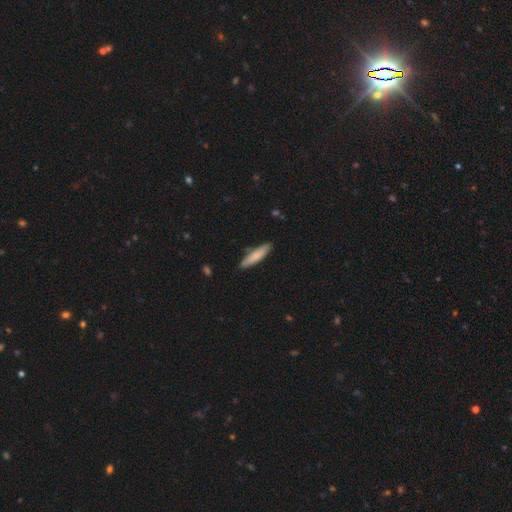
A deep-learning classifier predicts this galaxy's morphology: Q: Smooth or featured?
A: smooth (77%); runner-up: featured or disk (17%)
Q: How rounded?
A: cigar-shaped (81%); runner-up: in between (17%)
Q: Merging?
A: none (86%); runner-up: minor disturbance (10%)